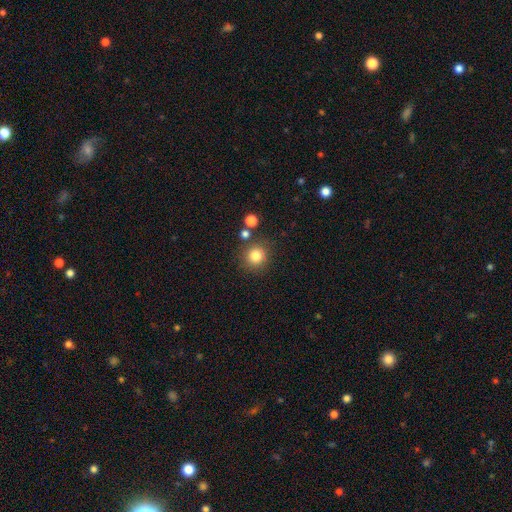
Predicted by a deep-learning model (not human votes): Q: Smooth or featured?
A: smooth (82%); runner-up: star or artifact (12%)
Q: How rounded?
A: round (92%); runner-up: in between (7%)
Q: Merging?
A: none (82%); runner-up: minor disturbance (9%)